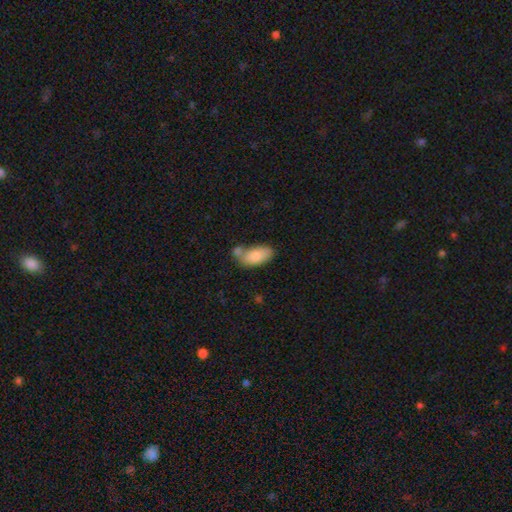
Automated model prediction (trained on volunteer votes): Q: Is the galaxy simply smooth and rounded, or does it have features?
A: smooth — 84%.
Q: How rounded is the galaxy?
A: in between — 92%.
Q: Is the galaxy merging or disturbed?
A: none — 44%.